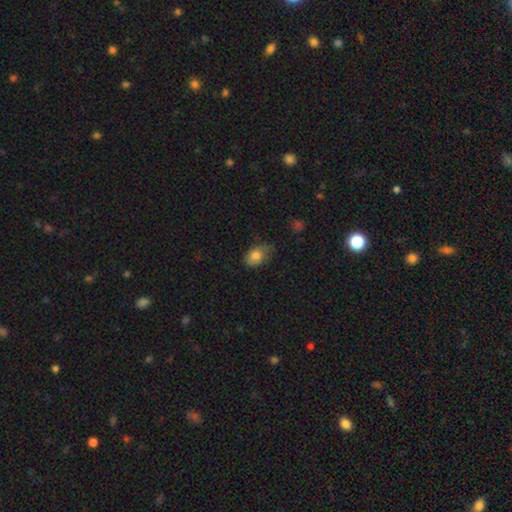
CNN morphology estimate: The model was most divided on "merging": none: 54%, minor disturbance: 35%, major disturbance: 9%, merger: 2%. More confident: how rounded — in between (81%); smooth or featured — smooth (80%).